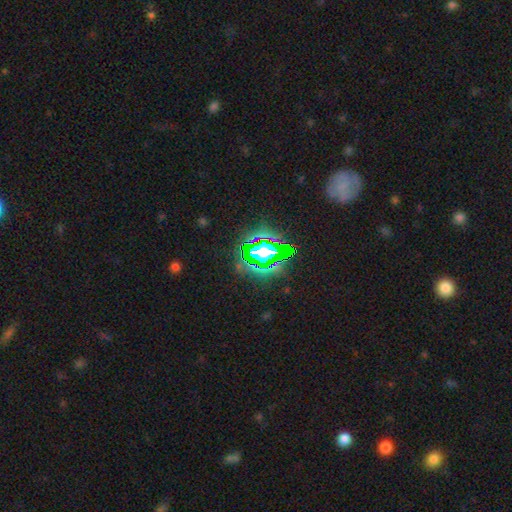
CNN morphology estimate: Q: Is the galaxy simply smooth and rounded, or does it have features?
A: star or artifact — 79%.